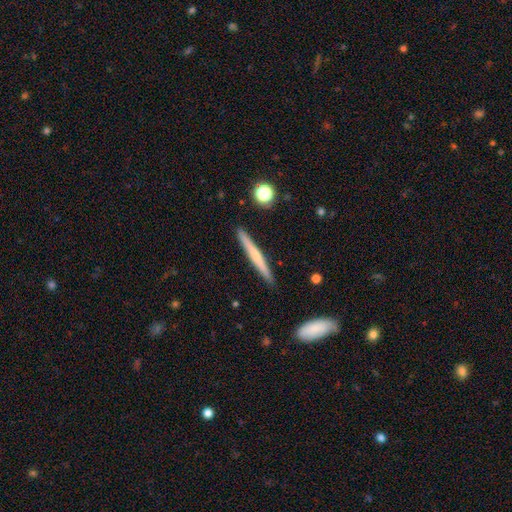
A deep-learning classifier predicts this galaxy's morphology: This appears to be a smooth galaxy with no disk features (49%). Merging: none (91%).